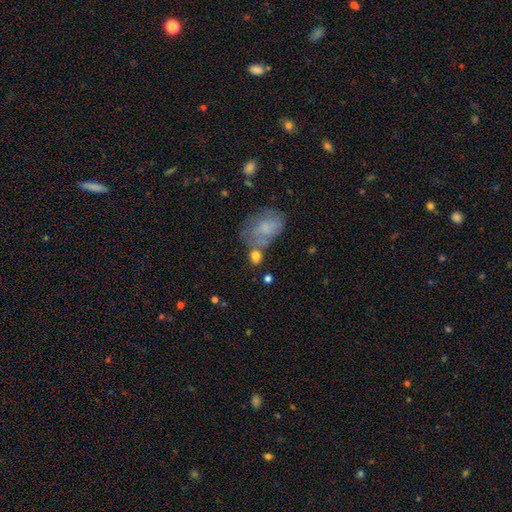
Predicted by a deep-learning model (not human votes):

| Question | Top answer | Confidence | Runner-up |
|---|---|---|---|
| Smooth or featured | smooth | 77% | featured or disk (13%) |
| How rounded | round | 52% | in between (46%) |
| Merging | none | 51% | merger (22%) |